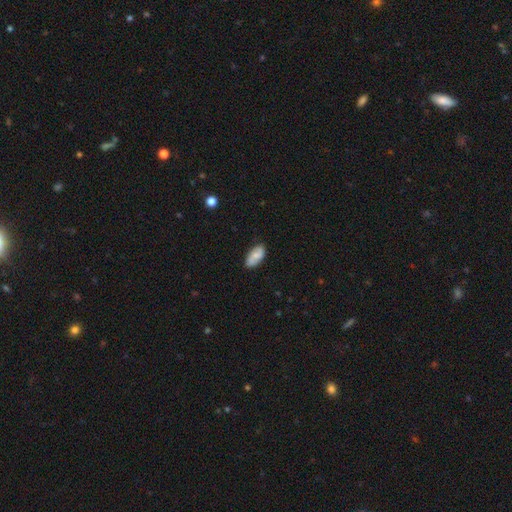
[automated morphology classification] Smooth or featured?
  - smooth: 60% *
  - featured or disk: 33%
  - star or artifact: 7%
How rounded?
  - in between: 91% *
  - cigar-shaped: 5%
  - round: 3%
Merging?
  - none: 78% *
  - minor disturbance: 17%
  - major disturbance: 3%
  - merger: 2%